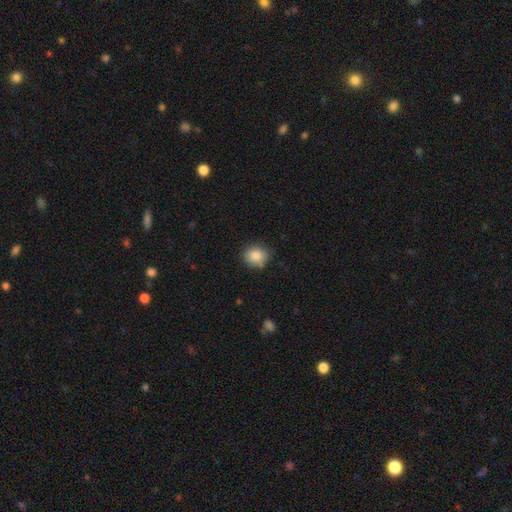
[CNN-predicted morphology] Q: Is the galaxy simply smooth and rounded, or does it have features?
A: smooth — 85%.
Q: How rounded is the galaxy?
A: round — 79%.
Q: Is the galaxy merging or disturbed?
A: none — 80%.